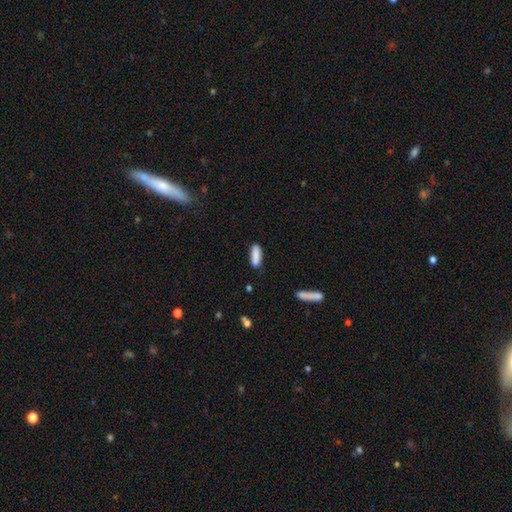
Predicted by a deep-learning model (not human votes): Smooth or featured: smooth — 86% (featured or disk — 8%)
How rounded: cigar-shaped — 51% (in between — 47%)
Merging: none — 77% (minor disturbance — 16%)